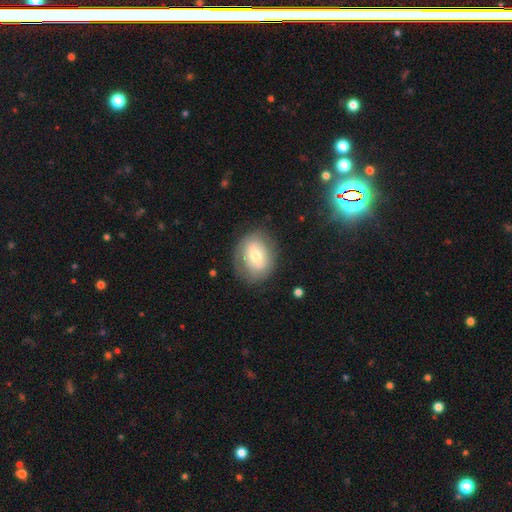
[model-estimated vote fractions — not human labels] This appears to be a smooth galaxy with no disk features (50%) that is in between round and cigar-shaped (53%). Merging: none (75%).